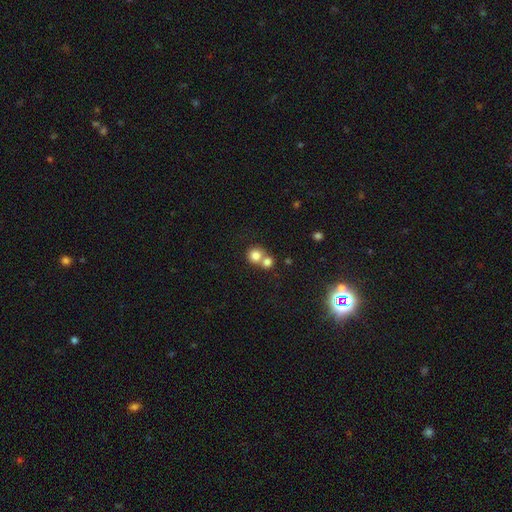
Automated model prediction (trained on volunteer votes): This appears to be a smooth galaxy with no disk features (79%) that is round (87%). Merging: merger (50%).